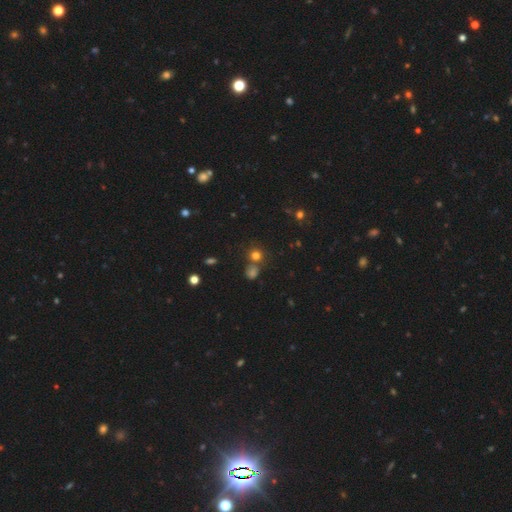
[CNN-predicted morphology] Smooth or featured? Predicted: smooth (p=0.71). How rounded? Predicted: round (p=0.88). Merging? Predicted: none (p=0.67).